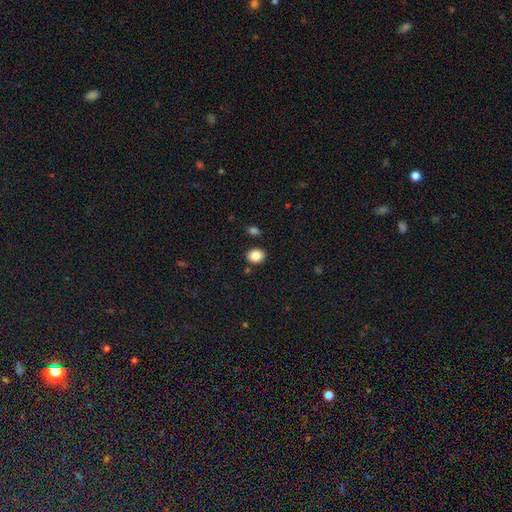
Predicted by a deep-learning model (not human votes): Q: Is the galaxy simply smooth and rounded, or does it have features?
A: smooth — 85%.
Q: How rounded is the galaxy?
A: round — 55%.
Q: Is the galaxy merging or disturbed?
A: none — 86%.